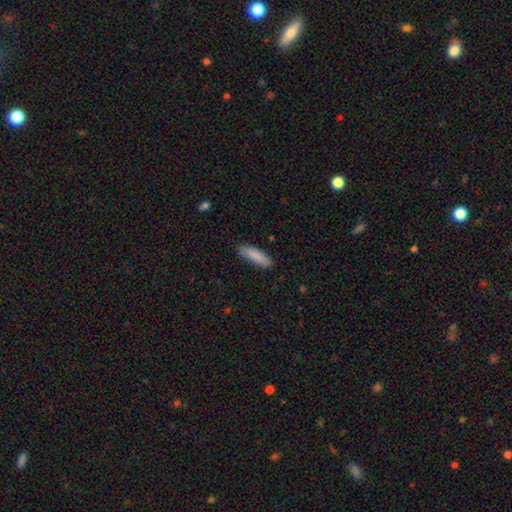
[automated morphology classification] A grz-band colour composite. It shows a smooth galaxy with no disk features (87%) that is cigar-shaped (60%). Merging: none (86%).